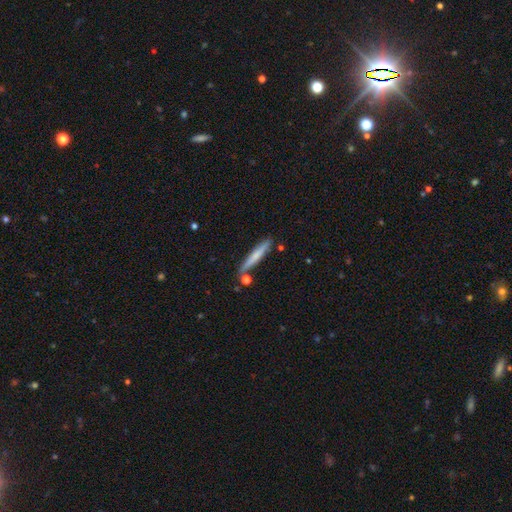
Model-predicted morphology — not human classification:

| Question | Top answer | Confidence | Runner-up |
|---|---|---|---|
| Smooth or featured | smooth | 60% | featured or disk (35%) |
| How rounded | cigar-shaped | 95% | in between (4%) |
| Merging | none | 81% | minor disturbance (11%) |